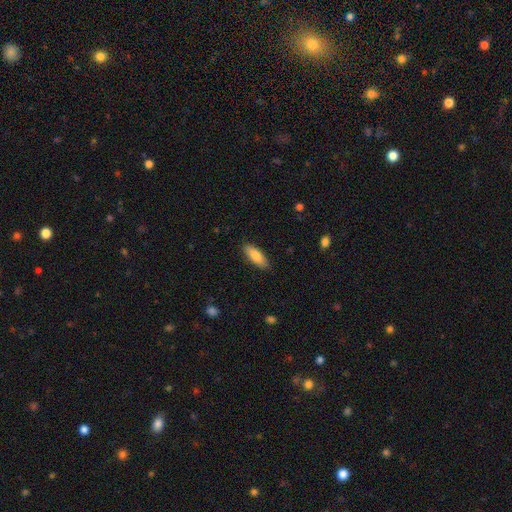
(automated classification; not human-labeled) This is clearly a smooth galaxy (83%). How rounded: likely in between (64%). Merging: clearly none (87%).